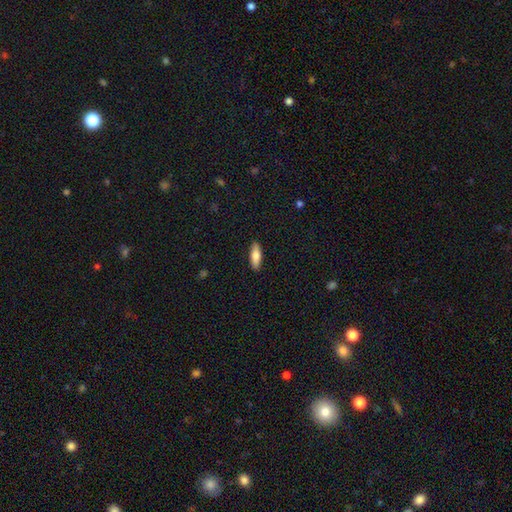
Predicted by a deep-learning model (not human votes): Overall: smooth (76%). How rounded: in between (54%; cigar-shaped 44%). Merging: none (90%).